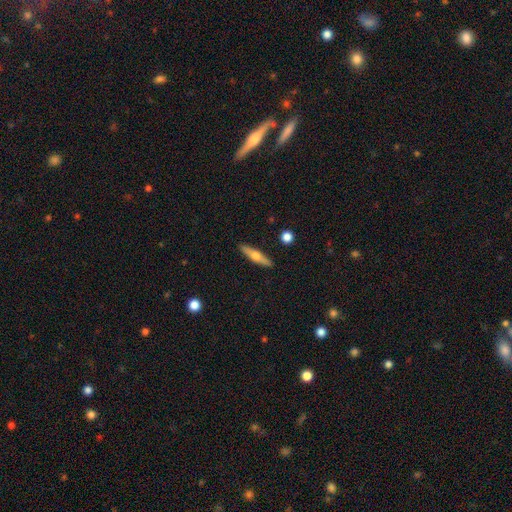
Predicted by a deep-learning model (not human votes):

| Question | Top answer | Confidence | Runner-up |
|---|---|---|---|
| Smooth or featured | featured or disk | 52% | smooth (42%) |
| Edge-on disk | yes | 94% | no (6%) |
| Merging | none | 90% | minor disturbance (7%) |